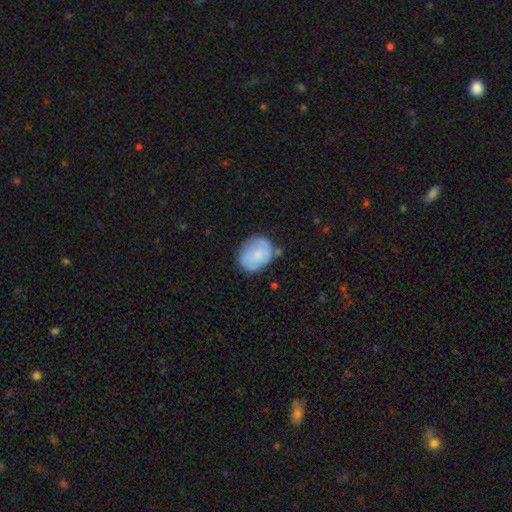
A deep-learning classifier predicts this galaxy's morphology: Q: Smooth or featured?
A: smooth (65%); runner-up: featured or disk (28%)
Q: How rounded?
A: in between (51%); runner-up: round (48%)
Q: Merging?
A: none (64%); runner-up: minor disturbance (24%)